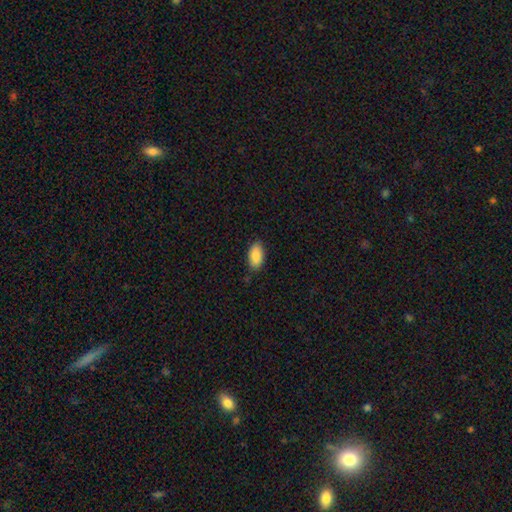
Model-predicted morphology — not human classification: Q: Smooth or featured?
A: smooth (88%); runner-up: star or artifact (6%)
Q: How rounded?
A: in between (95%); runner-up: cigar-shaped (3%)
Q: Merging?
A: none (85%); runner-up: minor disturbance (11%)